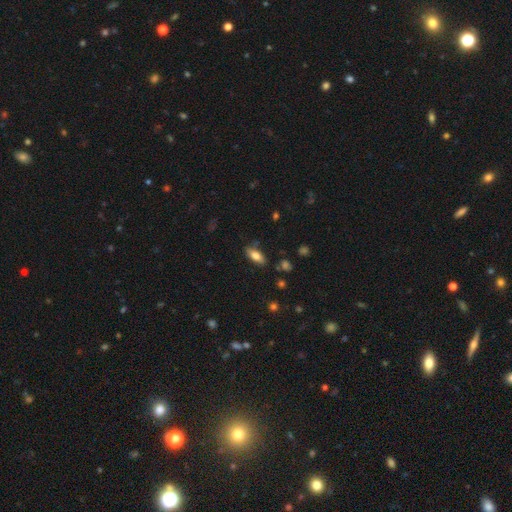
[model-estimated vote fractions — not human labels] The model was most divided on "smooth or featured": smooth: 77%, featured or disk: 15%, star or artifact: 8%. More confident: how rounded — in between (82%); merging — none (80%).